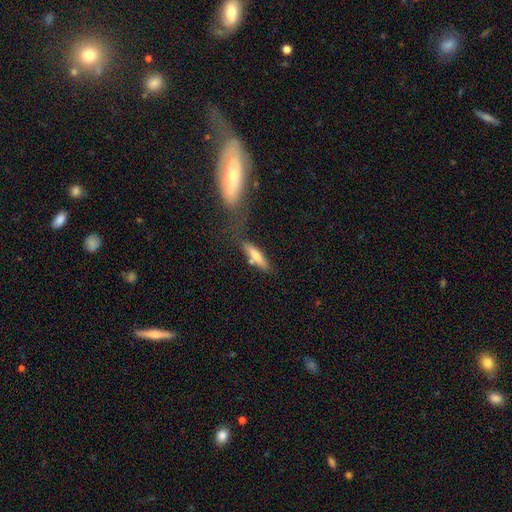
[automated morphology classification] The model was most divided on "smooth or featured": smooth: 64%, featured or disk: 28%, star or artifact: 8%. More confident: how rounded — cigar-shaped (72%); merging — none (59%).